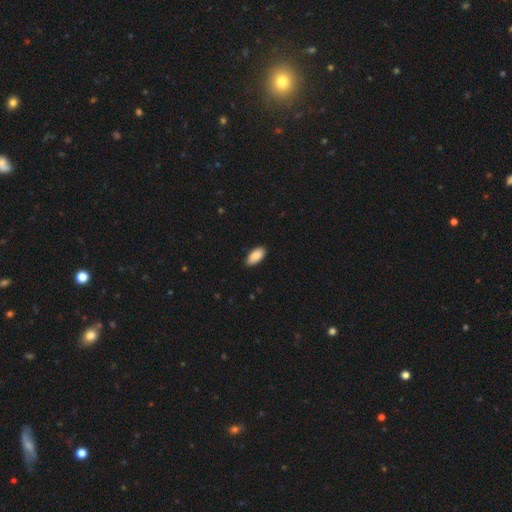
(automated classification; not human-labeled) Overall: smooth (90%). How rounded: in between (93%). Merging: none (88%).